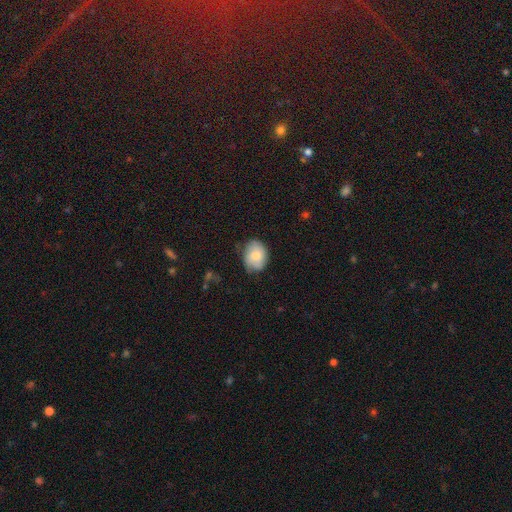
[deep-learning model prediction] Morphology: type=smooth (74%); roundness=in between (55%); merging=none (68%).